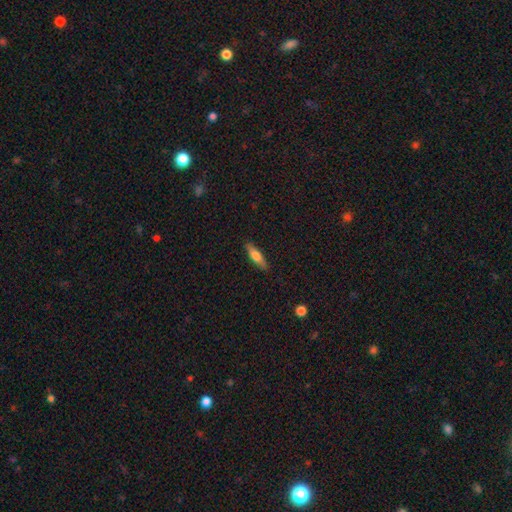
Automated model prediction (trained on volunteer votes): Smooth or featured?
  - smooth: 65% *
  - featured or disk: 29%
  - star or artifact: 6%
How rounded?
  - cigar-shaped: 65% *
  - in between: 33%
  - round: 2%
Merging?
  - none: 87% *
  - minor disturbance: 10%
  - major disturbance: 2%
  - merger: 1%